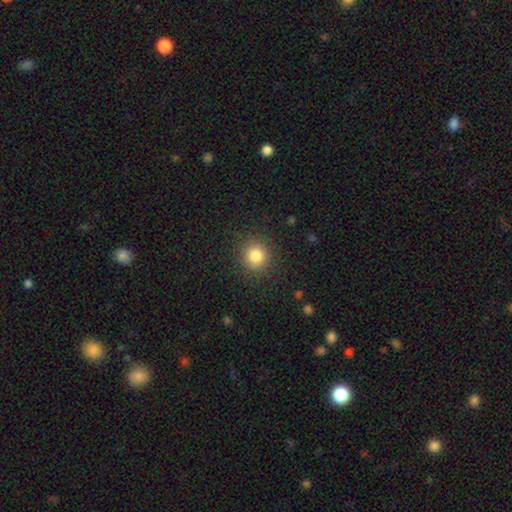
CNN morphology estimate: smooth 83%, star or artifact 11%, featured or disk 5%. Down the decision tree: how rounded — round (91%); merging — none (90%).